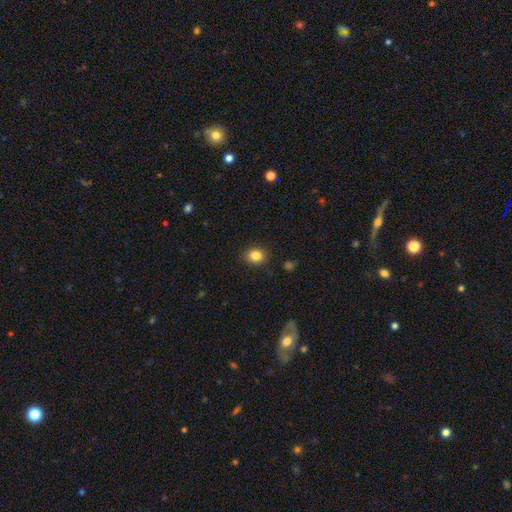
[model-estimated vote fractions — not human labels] Overall: smooth (84%). How rounded: round (58%; in between 41%). Merging: none (88%).